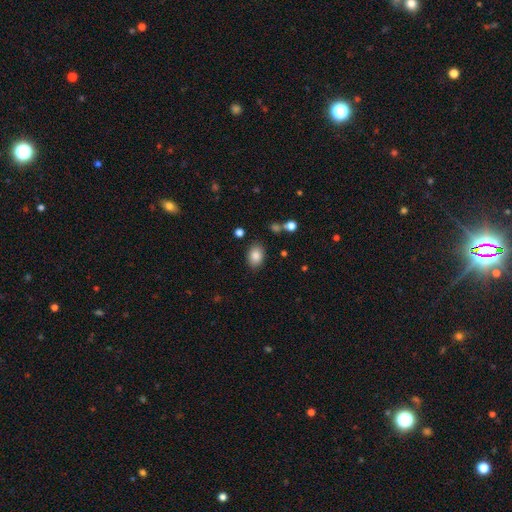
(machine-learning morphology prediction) This appears to be a smooth galaxy with no disk features (85%) that is in between round and cigar-shaped (81%). Merging: none (84%).